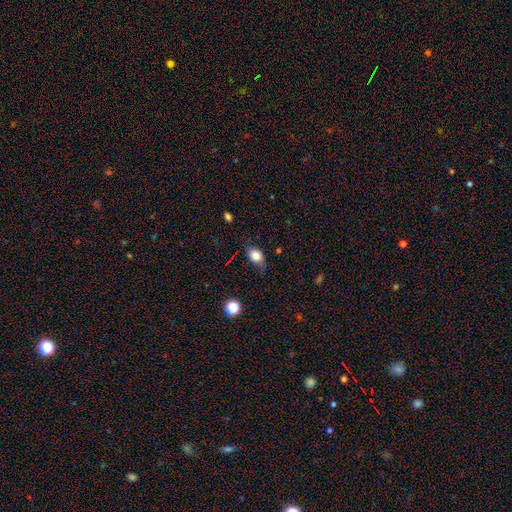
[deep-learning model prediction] Overall: smooth (79%). How rounded: in between (69%). Merging: none (61%; minor disturbance 28%).